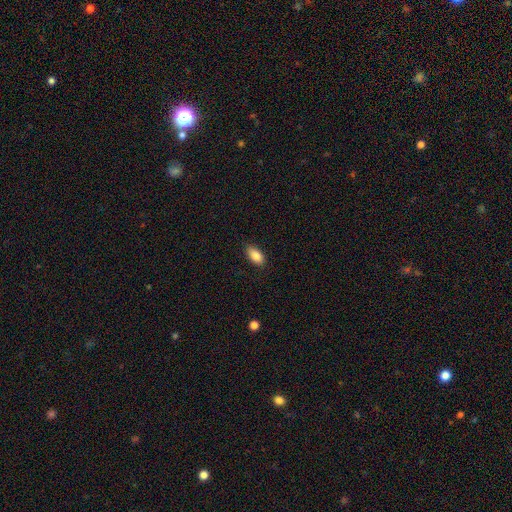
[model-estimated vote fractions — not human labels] The model was most divided on "merging": none: 84%, minor disturbance: 12%, major disturbance: 2%, merger: 1%. More confident: how rounded — in between (91%); smooth or featured — smooth (87%).